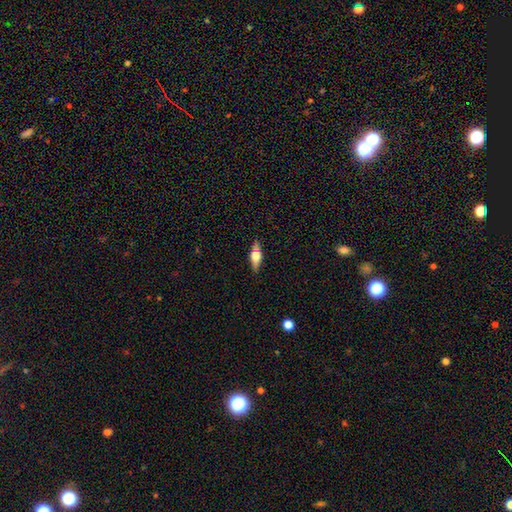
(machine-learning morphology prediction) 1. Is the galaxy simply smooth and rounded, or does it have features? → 58% featured or disk, 35% smooth, 7% star or artifact.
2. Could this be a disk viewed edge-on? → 95% yes, 5% no.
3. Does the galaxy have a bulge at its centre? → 93% rounded, 5% boxy, 1% none.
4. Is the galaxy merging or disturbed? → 88% none, 9% minor disturbance, 2% major disturbance, 1% merger.